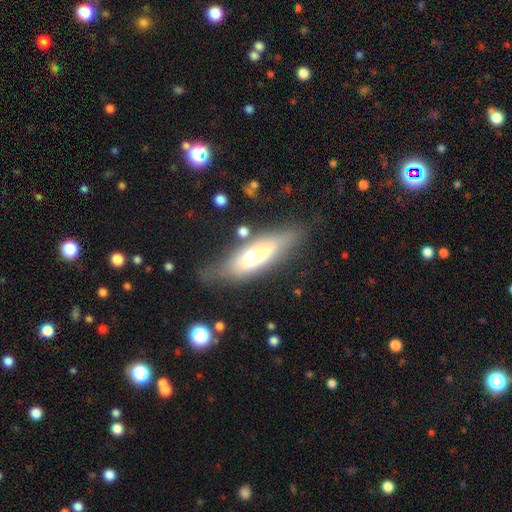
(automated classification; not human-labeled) The model was most divided on "how rounded": cigar-shaped: 52%, in between: 46%, round: 2%. More confident: merging — none (62%); smooth or featured — smooth (56%).